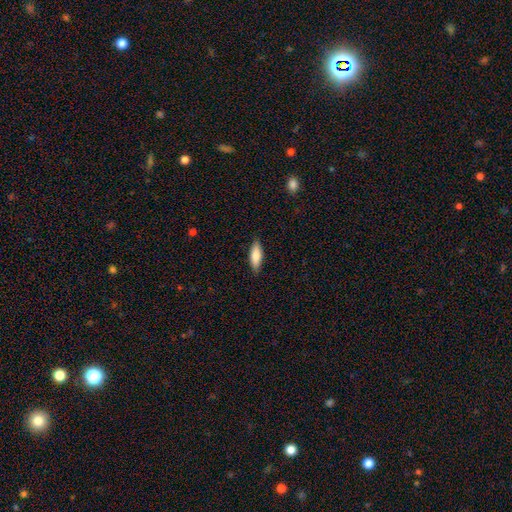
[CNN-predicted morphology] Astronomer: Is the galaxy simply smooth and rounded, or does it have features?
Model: smooth — 79%.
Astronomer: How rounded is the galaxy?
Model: in between — 58% (runner-up: cigar-shaped, 40%).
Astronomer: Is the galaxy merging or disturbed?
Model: none — 87%.